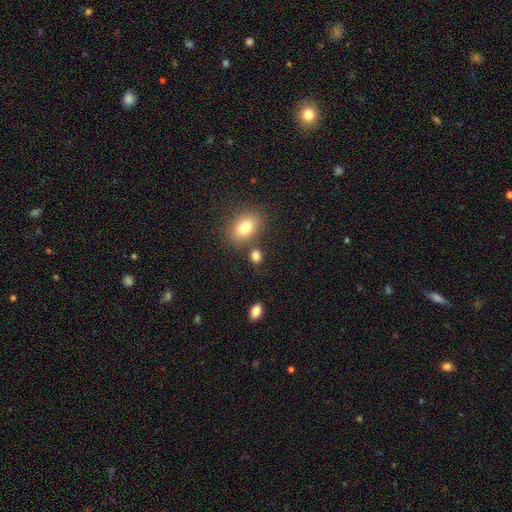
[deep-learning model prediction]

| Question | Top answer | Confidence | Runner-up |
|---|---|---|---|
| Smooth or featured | smooth | 82% | star or artifact (12%) |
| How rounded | round | 54% | in between (44%) |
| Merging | none | 74% | merger (11%) |